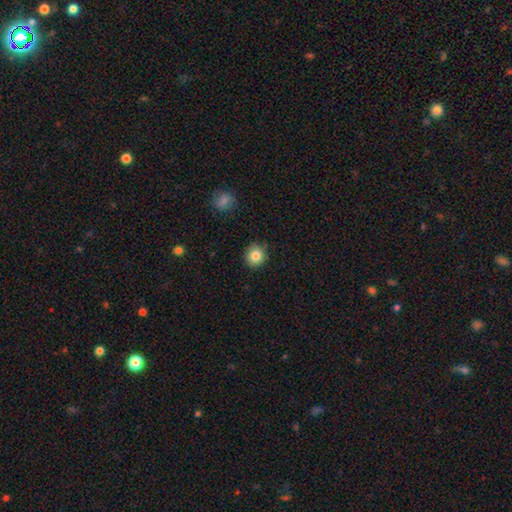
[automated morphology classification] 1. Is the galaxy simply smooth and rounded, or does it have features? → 84% smooth, 10% star or artifact, 6% featured or disk.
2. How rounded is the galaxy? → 90% round, 9% in between, 1% cigar-shaped.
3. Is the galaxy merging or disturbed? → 87% none, 10% minor disturbance, 2% major disturbance, 1% merger.